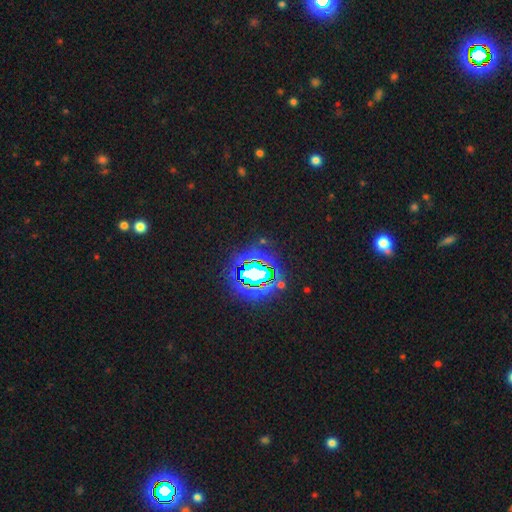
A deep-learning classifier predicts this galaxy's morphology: Smooth or featured? star or artifact (85%)